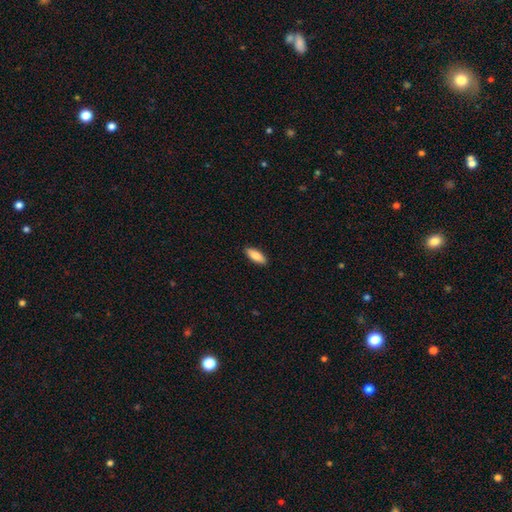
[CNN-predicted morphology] Smooth or featured?
  - smooth: 84% *
  - featured or disk: 10%
  - star or artifact: 6%
How rounded?
  - in between: 71% *
  - cigar-shaped: 27%
  - round: 2%
Merging?
  - none: 90% *
  - minor disturbance: 8%
  - major disturbance: 2%
  - merger: 1%